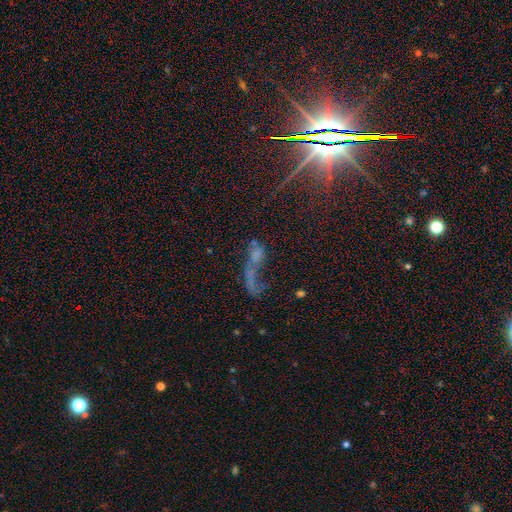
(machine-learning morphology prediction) Smooth or featured? featured or disk (41%)
Merging? major disturbance (39%)